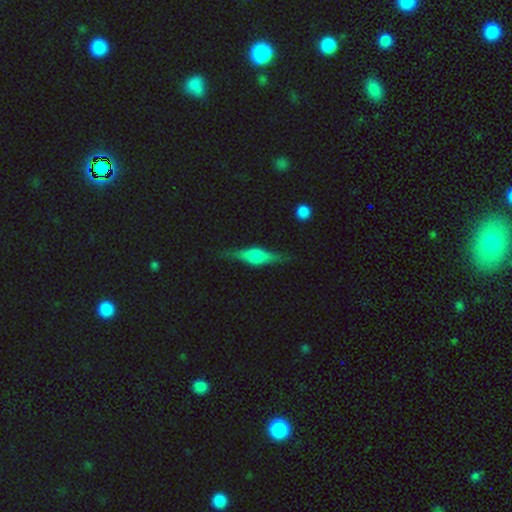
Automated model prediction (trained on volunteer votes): Overall: featured or disk (66%; smooth 27%). Edge-on disk: yes (95%). Edge-on bulge: rounded (85%). Merging: none (82%).